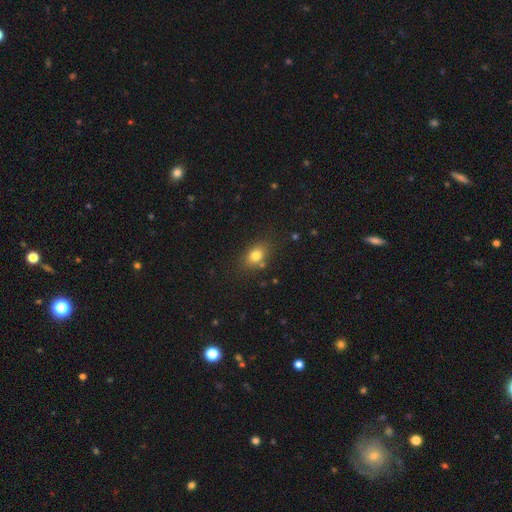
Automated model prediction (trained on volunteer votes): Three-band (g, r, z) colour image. It shows a smooth galaxy with no disk features (78%) that is in between round and cigar-shaped (71%). Merging: none (77%).